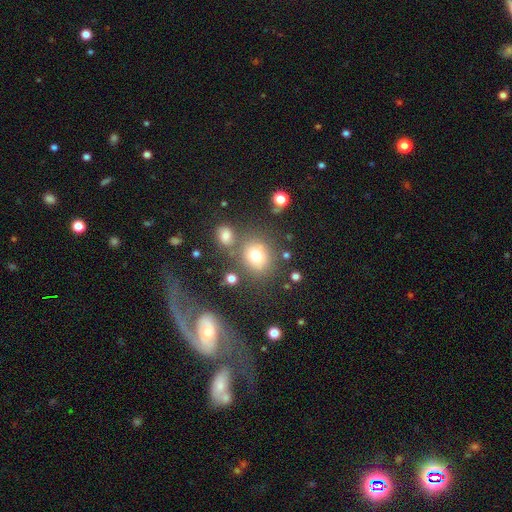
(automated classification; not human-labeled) Overall: smooth (73%). How rounded: round (71%). Merging: none (69%).